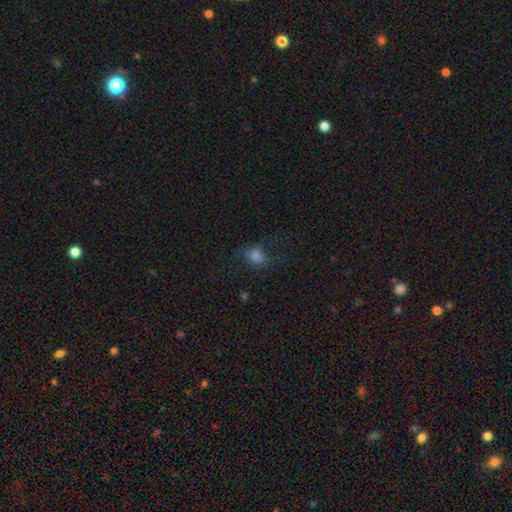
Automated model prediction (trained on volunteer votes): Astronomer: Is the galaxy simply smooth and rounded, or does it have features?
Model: smooth — 63%.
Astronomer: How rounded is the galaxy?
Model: round — 49% (runner-up: in between, 48%).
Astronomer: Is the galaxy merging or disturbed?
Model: none — 55%.